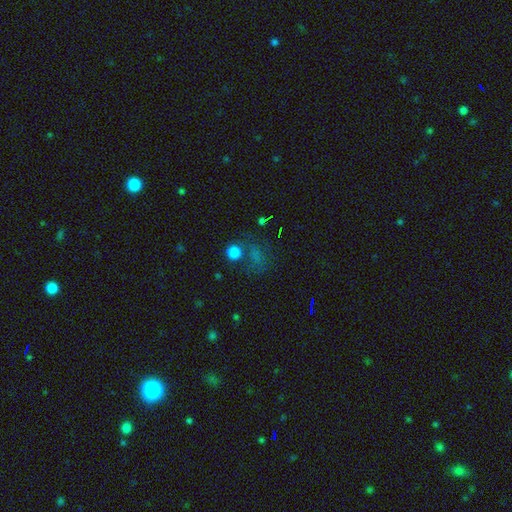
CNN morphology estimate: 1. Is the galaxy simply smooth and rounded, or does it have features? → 50% smooth, 37% star or artifact, 13% featured or disk.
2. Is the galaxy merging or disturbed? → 52% none, 22% major disturbance, 17% minor disturbance, 10% merger.